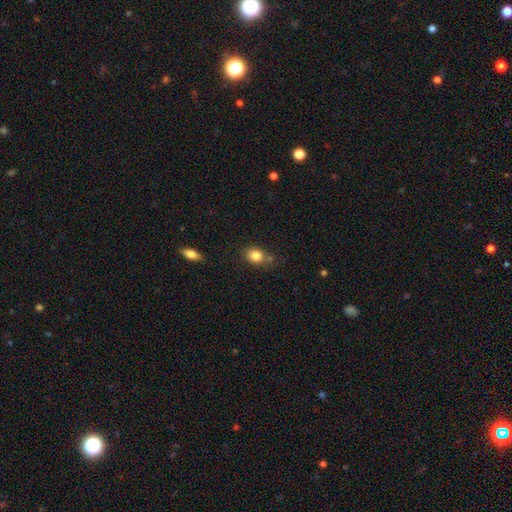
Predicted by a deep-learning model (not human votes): This appears to be a smooth galaxy with no disk features (83%) that is in between round and cigar-shaped (50%). Merging: none (66%).